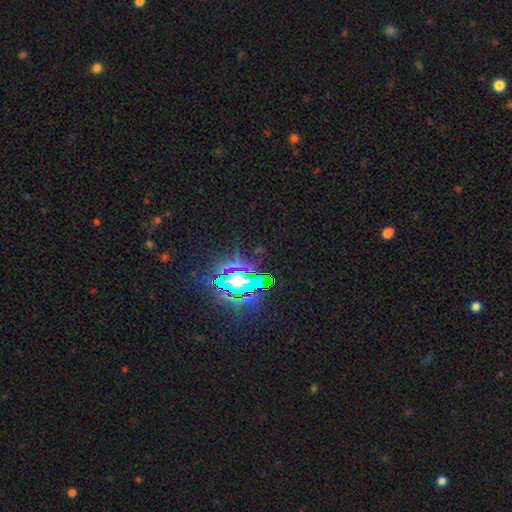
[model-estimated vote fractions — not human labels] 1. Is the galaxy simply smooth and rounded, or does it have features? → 83% star or artifact, 9% smooth, 8% featured or disk.